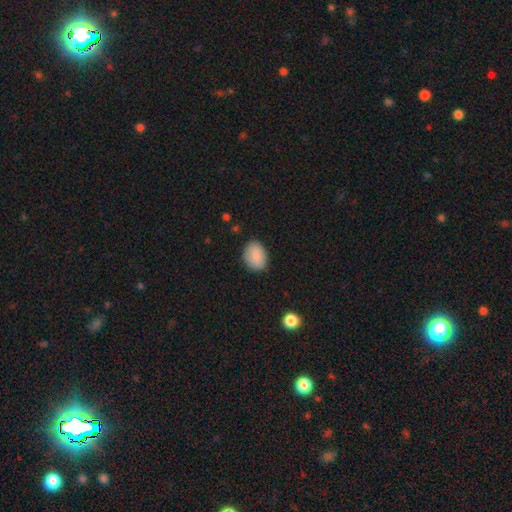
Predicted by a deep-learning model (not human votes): Overall: smooth (87%). How rounded: in between (70%). Merging: none (84%).